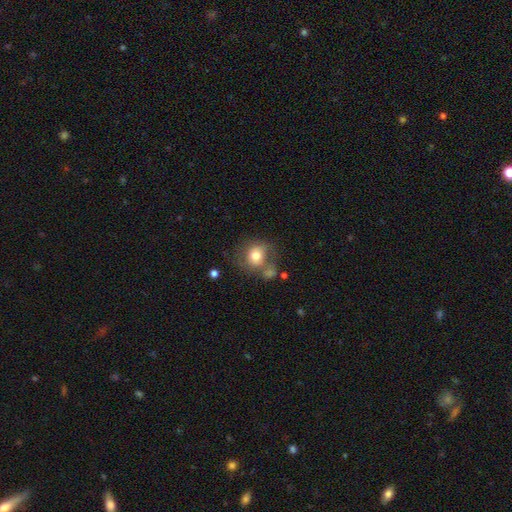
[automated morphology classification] smooth-or-featured: smooth: 71% | featured or disk: 20% | star or artifact: 9%
  how-rounded: round: 74% | in between: 25% | cigar-shaped: 1%
  merging: none: 47% | minor disturbance: 20% | merger: 19% | major disturbance: 14%